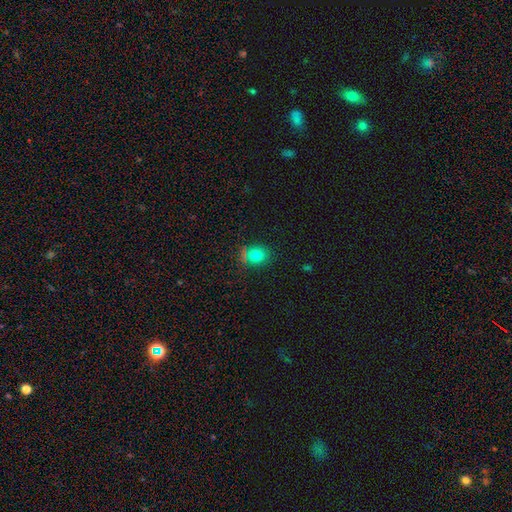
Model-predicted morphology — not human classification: This appears to be a smooth galaxy with no disk features (75%) that is round (66%). Merging: none (76%).